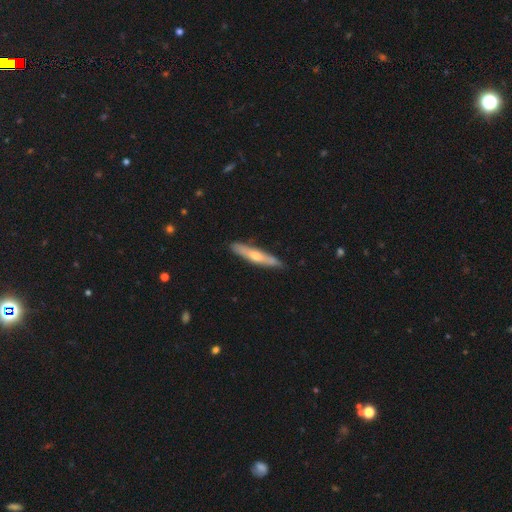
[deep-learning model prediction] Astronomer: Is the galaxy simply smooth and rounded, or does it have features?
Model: featured or disk — 51% (runner-up: smooth, 44%).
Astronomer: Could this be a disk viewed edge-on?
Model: yes — 86%.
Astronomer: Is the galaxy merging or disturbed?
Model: none — 87%.